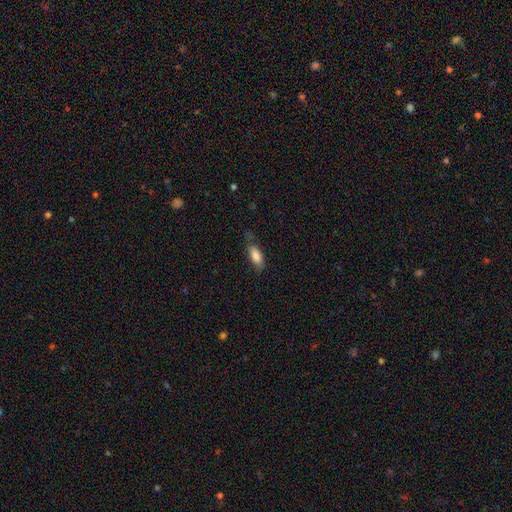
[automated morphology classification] This appears to be a smooth galaxy with no disk features (84%) that is in between round and cigar-shaped (76%). Merging: none (67%).